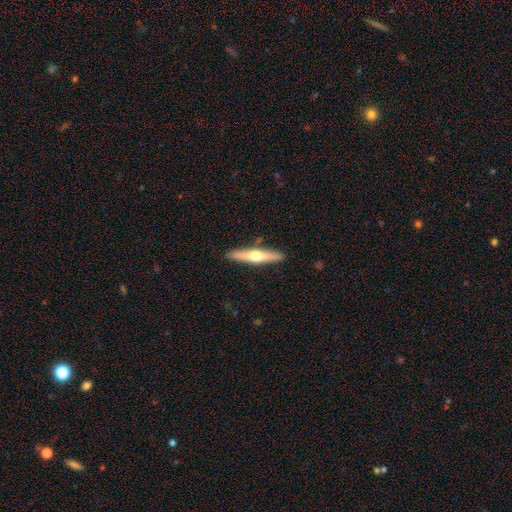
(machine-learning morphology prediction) Smooth or featured? Predicted: featured or disk (p=0.56). Edge-on disk? Predicted: yes (p=0.95). Edge-on bulge? Predicted: rounded (p=0.92). Merging? Predicted: none (p=0.89).